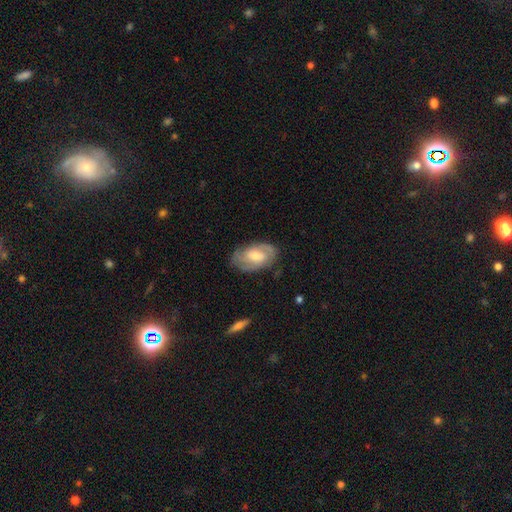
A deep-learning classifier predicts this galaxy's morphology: type=featured or disk (68%); edge-on=no (95%); bar=no (47%); spiral arms=yes (87%); winding=tight (44%); arm count=2 (60%); bulge=moderate (60%); merging=none (76%).